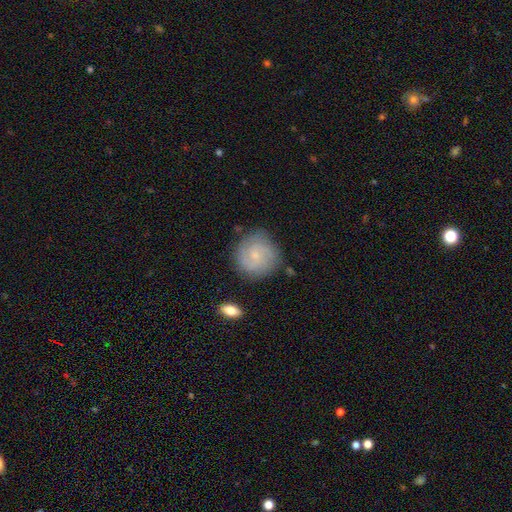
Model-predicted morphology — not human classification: featured or disk 64%, smooth 28%, star or artifact 7%. Down the decision tree: edge-on disk — no (98%); bar — no (62%); spiral arms — yes (93%); spiral arm count — 2 (53%); spiral winding — tight (52%); bulge size — small (74%); merging — none (79%).